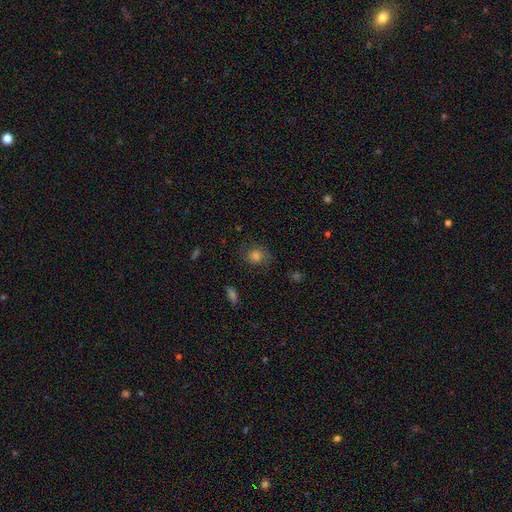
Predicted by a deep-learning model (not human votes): This is likely a smooth galaxy (64%). How rounded: likely round (75%). Merging: likely none (71%).